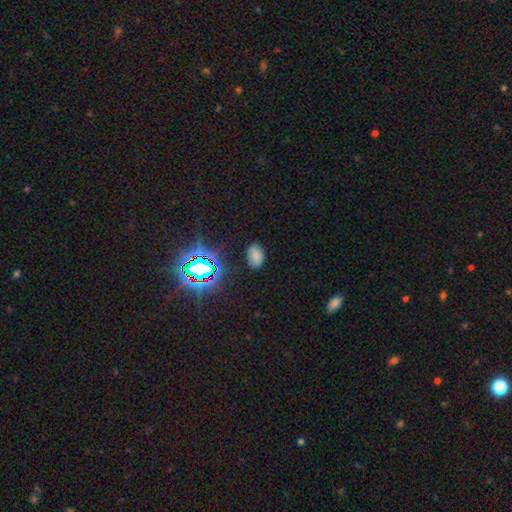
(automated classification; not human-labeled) Smooth or featured? Predicted: smooth (p=0.66). How rounded? Predicted: in between (p=0.89). Merging? Predicted: none (p=0.79).